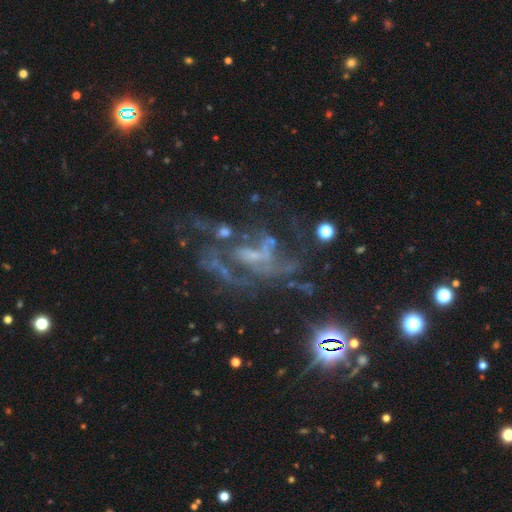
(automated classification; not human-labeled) featured or disk 71%, star or artifact 21%, smooth 8%. Down the decision tree: edge-on disk — no (96%); bar — no (47%); spiral arms — yes (72%); bulge size — none (43%); merging — major disturbance (40%).